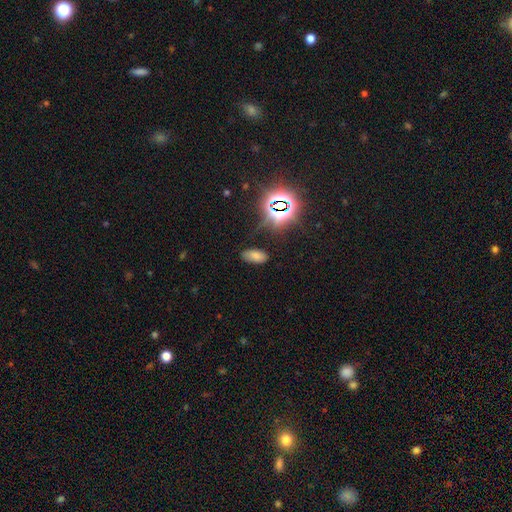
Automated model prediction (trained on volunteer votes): smooth-or-featured: smooth: 66% | star or artifact: 26% | featured or disk: 8%
  how-rounded: in between: 93% | cigar-shaped: 4% | round: 3%
  merging: none: 81% | minor disturbance: 13% | major disturbance: 4% | merger: 2%